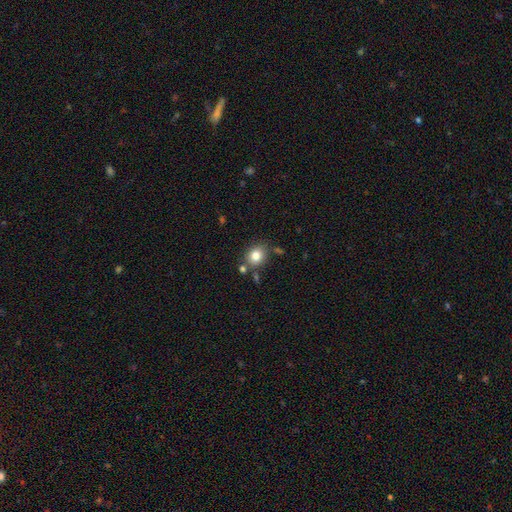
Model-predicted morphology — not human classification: smooth_or_featured: smooth (p=0.82) [alt: star or artifact p=0.10]
how_rounded: round (p=0.65) [alt: in between p=0.34]
merging: none (p=0.75) [alt: minor disturbance p=0.12]